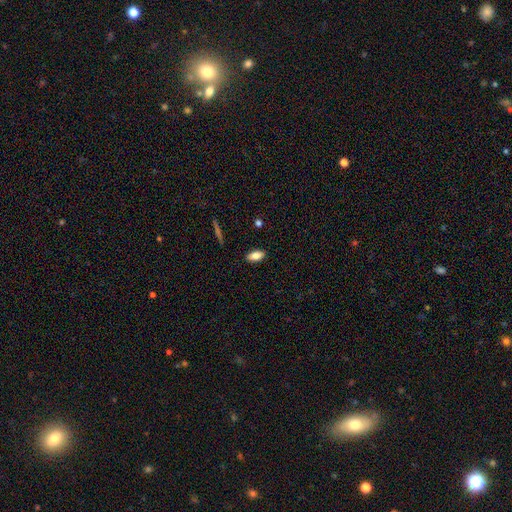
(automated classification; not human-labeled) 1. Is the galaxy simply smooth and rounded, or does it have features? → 81% smooth, 12% featured or disk, 7% star or artifact.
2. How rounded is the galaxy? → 87% in between, 10% cigar-shaped, 3% round.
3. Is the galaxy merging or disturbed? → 88% none, 9% minor disturbance, 2% major disturbance, 1% merger.